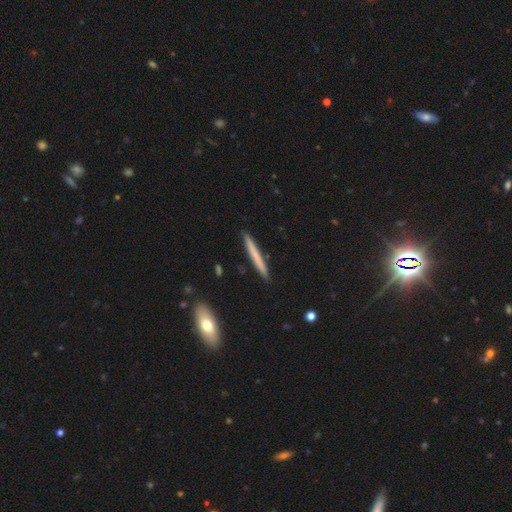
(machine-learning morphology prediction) Smooth or featured?
  - smooth: 62% *
  - featured or disk: 32%
  - star or artifact: 5%
How rounded?
  - cigar-shaped: 97% *
  - in between: 2%
  - round: 1%
Merging?
  - none: 91% *
  - minor disturbance: 6%
  - merger: 1%
  - major disturbance: 1%